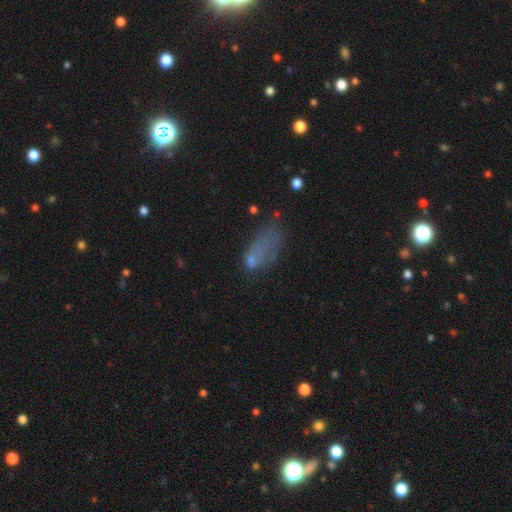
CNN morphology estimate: smooth 58%, featured or disk 24%, star or artifact 18%. Down the decision tree: how rounded — in between (80%); merging — major disturbance (42%).